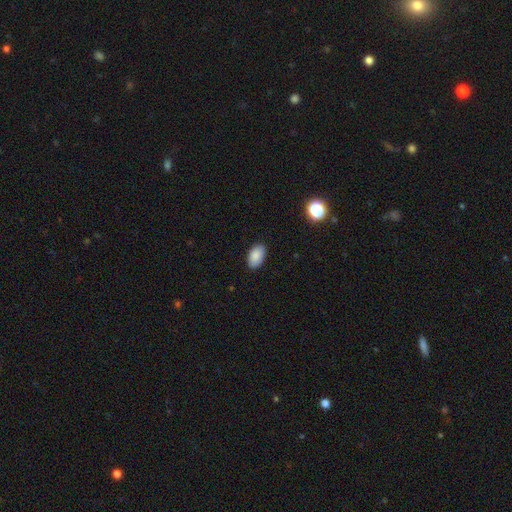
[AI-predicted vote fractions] smooth-or-featured: smooth: 88% | star or artifact: 8% | featured or disk: 5%
  how-rounded: in between: 93% | round: 5% | cigar-shaped: 1%
  merging: none: 88% | minor disturbance: 9% | major disturbance: 2% | merger: 1%